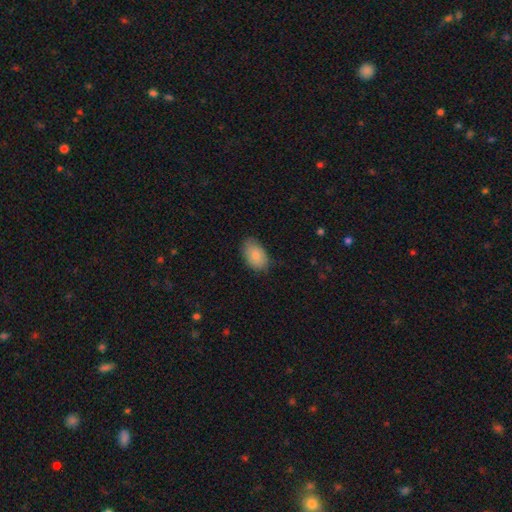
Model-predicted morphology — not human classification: A smooth galaxy with no disk features (86%) that is in between round and cigar-shaped (93%).

Vote fractions:
- Smooth or featured? smooth: 86% / featured or disk: 7% / star or artifact: 7%
- How rounded? in between: 93% / round: 6% / cigar-shaped: 1%
- Merging? none: 75% / minor disturbance: 20% / major disturbance: 4% / merger: 1%